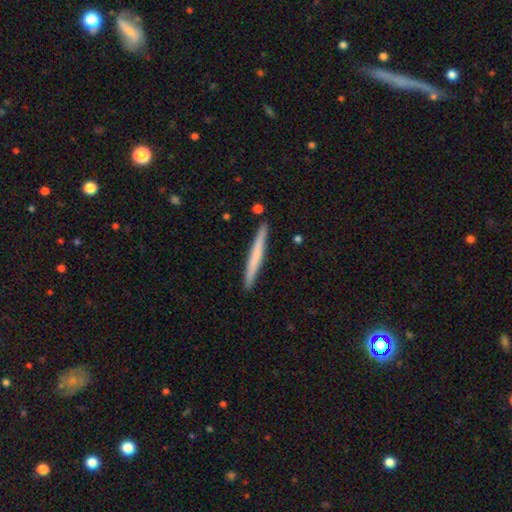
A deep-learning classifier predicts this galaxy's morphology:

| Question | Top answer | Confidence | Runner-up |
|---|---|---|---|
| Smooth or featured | smooth | 59% | featured or disk (36%) |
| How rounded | cigar-shaped | 97% | in between (2%) |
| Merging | none | 91% | minor disturbance (7%) |